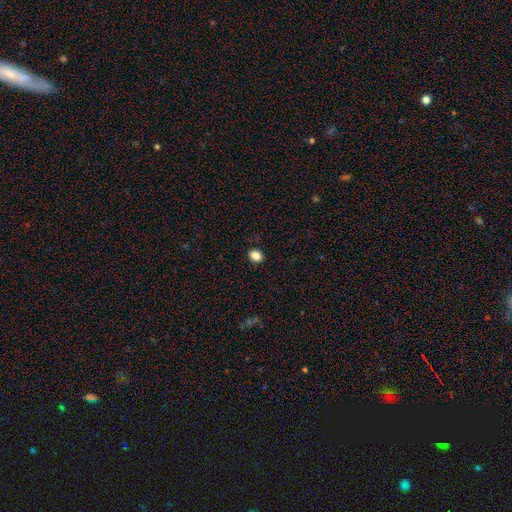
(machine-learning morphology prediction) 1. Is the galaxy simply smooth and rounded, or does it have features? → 84% smooth, 11% star or artifact, 5% featured or disk.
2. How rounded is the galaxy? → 50% in between, 49% round, 1% cigar-shaped.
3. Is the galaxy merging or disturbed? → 89% none, 8% minor disturbance, 2% major disturbance, 1% merger.